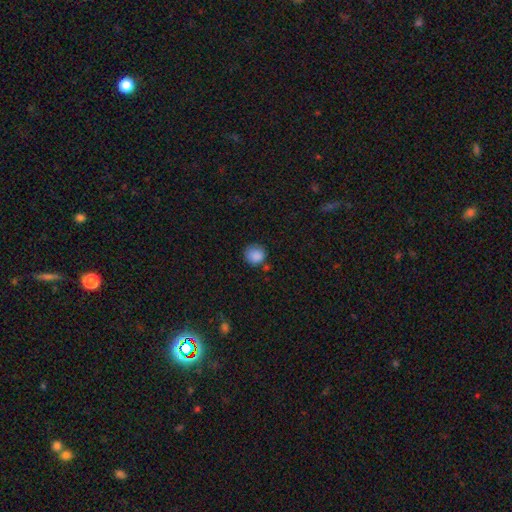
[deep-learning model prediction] Smooth or featured? Predicted: smooth (p=0.87). How rounded? Predicted: round (p=0.88). Merging? Predicted: none (p=0.74).